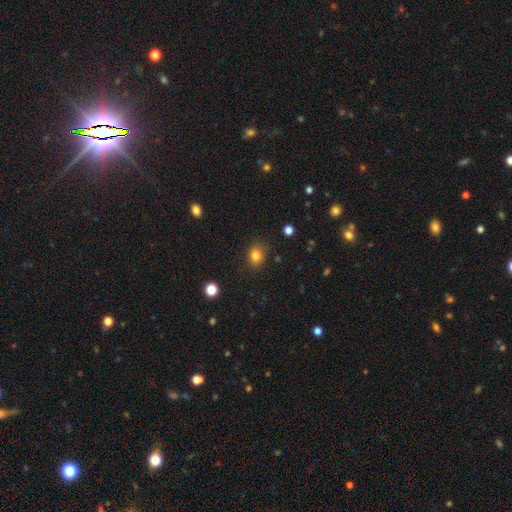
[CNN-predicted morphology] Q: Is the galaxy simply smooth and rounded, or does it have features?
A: smooth — 82%.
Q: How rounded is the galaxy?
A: round — 56%.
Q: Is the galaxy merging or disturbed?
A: none — 81%.